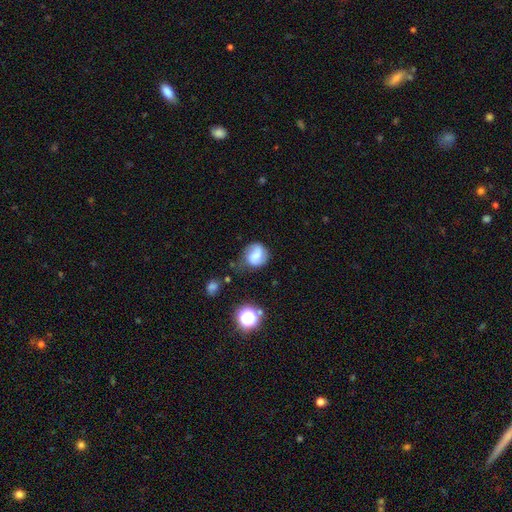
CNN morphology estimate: This is possibly a featured or disk galaxy (49%). Merging: possibly none (59%).